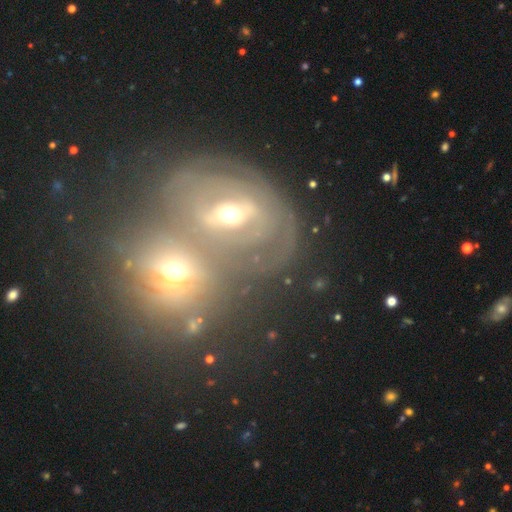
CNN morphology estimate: featured or disk 62%, smooth 21%, star or artifact 17%. Down the decision tree: edge-on disk — no (92%); bar — no (46%); spiral arms — yes (69%); bulge size — moderate (55%); merging — merger (61%).